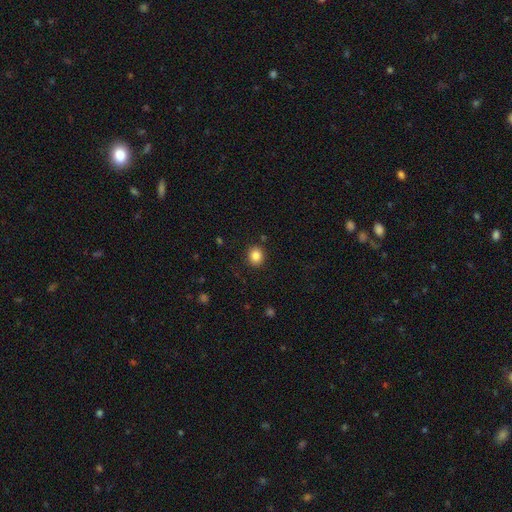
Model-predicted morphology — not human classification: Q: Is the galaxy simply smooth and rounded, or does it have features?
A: smooth — 85%.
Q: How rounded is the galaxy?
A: round — 77%.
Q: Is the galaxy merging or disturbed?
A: none — 89%.